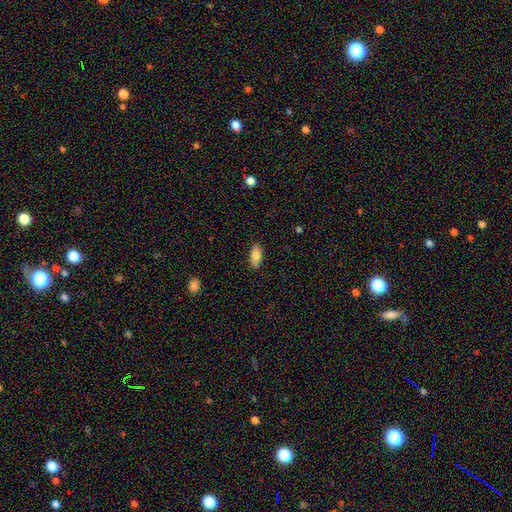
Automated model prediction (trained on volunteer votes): A smooth galaxy with no disk features (78%) that is in between round and cigar-shaped (88%).

Vote fractions:
- Smooth or featured? smooth: 78% / featured or disk: 15% / star or artifact: 7%
- How rounded? in between: 88% / cigar-shaped: 10% / round: 3%
- Merging? none: 86% / minor disturbance: 10% / major disturbance: 2% / merger: 1%